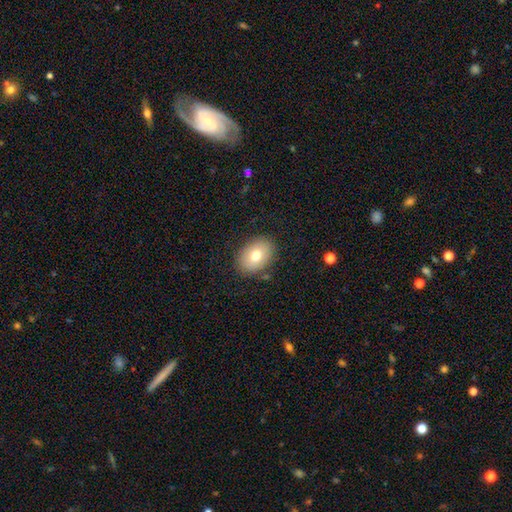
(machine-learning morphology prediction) type=smooth (75%); roundness=in between (75%); merging=none (85%).